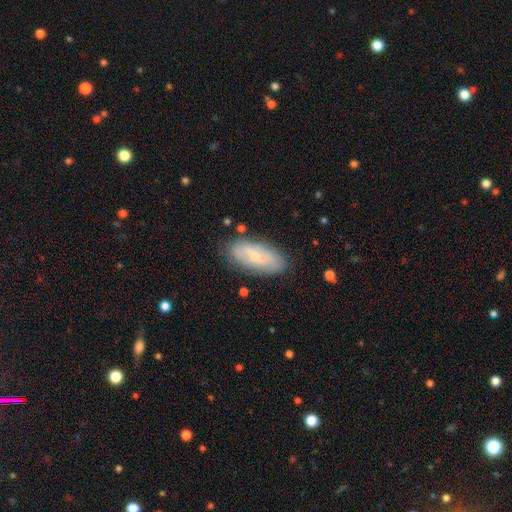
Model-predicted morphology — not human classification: A smooth galaxy with no disk features (49%). Merging: none (78%).